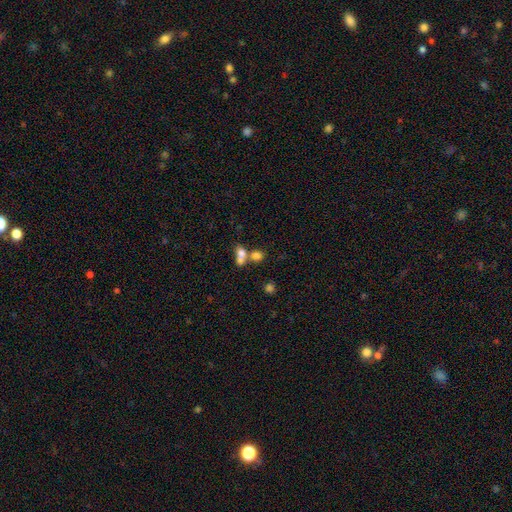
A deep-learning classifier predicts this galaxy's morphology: Smooth or featured?
  - smooth: 76% *
  - featured or disk: 13%
  - star or artifact: 12%
How rounded?
  - round: 51% *
  - in between: 46%
  - cigar-shaped: 3%
Merging?
  - merger: 58% *
  - none: 30%
  - minor disturbance: 7%
  - major disturbance: 5%